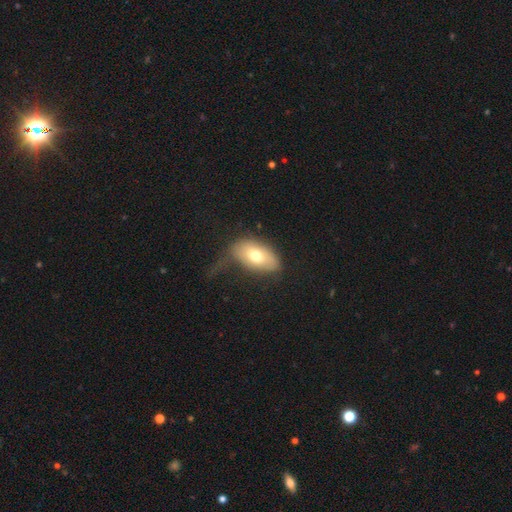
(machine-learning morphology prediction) This appears to be a smooth galaxy with no disk features (70%) that is in between round and cigar-shaped (91%). Merging: none (45%).